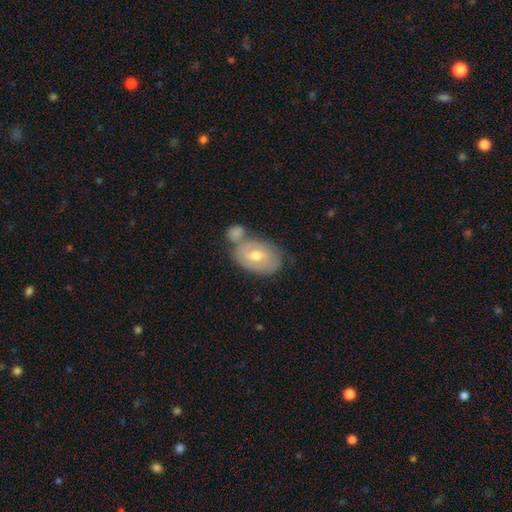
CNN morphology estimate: This is possibly a smooth galaxy (48%). Merging: marginally none (43%).